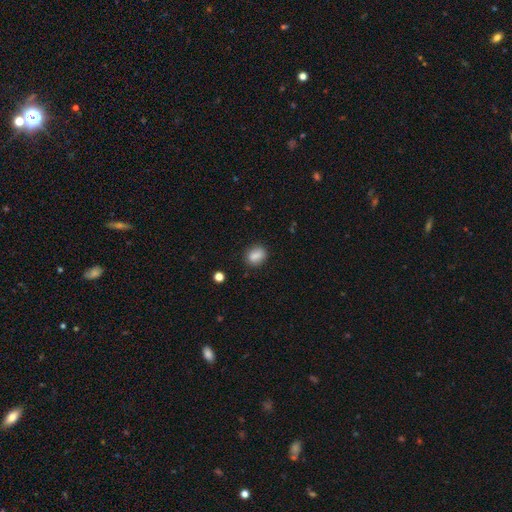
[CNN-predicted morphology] smooth-or-featured: smooth: 85% | star or artifact: 9% | featured or disk: 7%
  how-rounded: in between: 59% | round: 39% | cigar-shaped: 2%
  merging: none: 81% | minor disturbance: 13% | major disturbance: 3% | merger: 3%